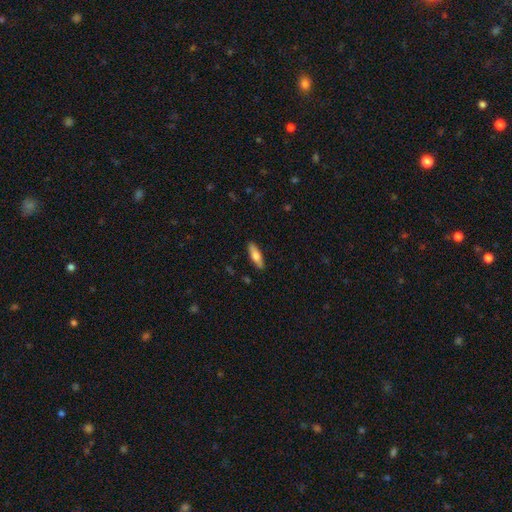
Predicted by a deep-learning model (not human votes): This is likely a smooth galaxy (65%). How rounded: possibly cigar-shaped (52%). Merging: clearly none (89%).